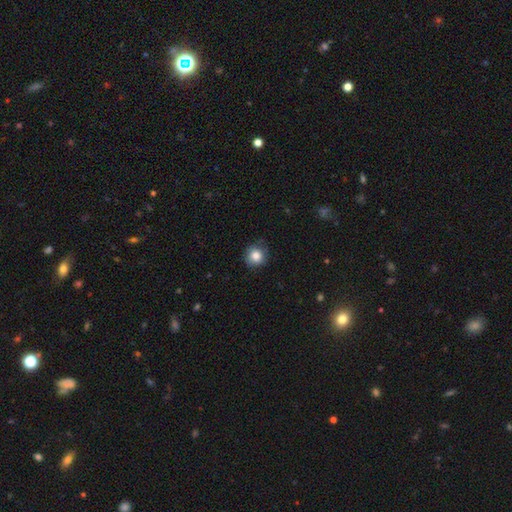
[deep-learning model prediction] This appears to be a smooth galaxy with no disk features (83%) that is round (89%). Merging: none (79%).